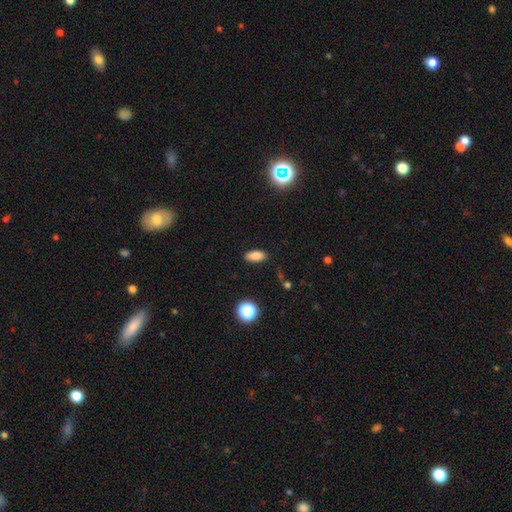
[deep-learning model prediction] This appears to be a smooth galaxy with no disk features (83%) that is in between round and cigar-shaped (87%). Merging: none (88%).